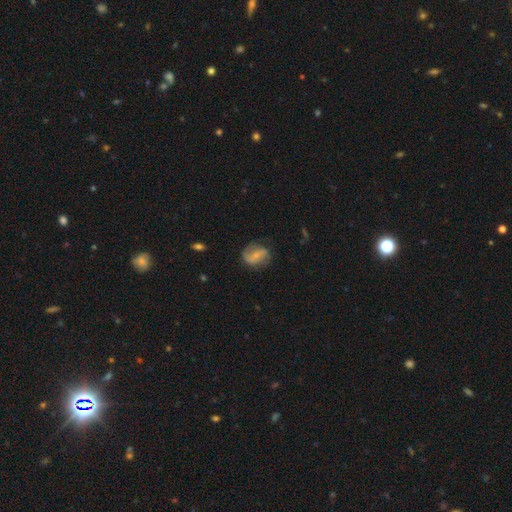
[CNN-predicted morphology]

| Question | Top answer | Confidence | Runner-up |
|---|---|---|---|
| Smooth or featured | featured or disk | 65% | smooth (28%) |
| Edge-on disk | no | 97% | yes (3%) |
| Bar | weak | 44% | no (31%) |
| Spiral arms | yes | 87% | no (13%) |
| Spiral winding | loose | 45% | medium (39%) |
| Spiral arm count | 2 | 82% | can't tell (9%) |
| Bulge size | small | 61% | moderate (20%) |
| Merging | none | 68% | minor disturbance (21%) |